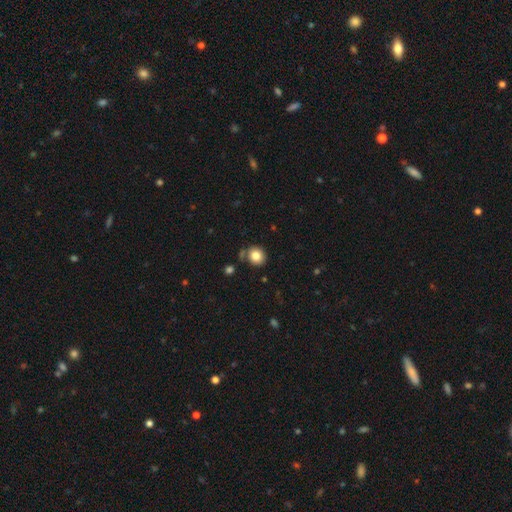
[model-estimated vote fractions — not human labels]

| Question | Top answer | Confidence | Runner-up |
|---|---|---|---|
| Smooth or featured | smooth | 82% | star or artifact (10%) |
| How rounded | round | 82% | in between (17%) |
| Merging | none | 78% | minor disturbance (11%) |